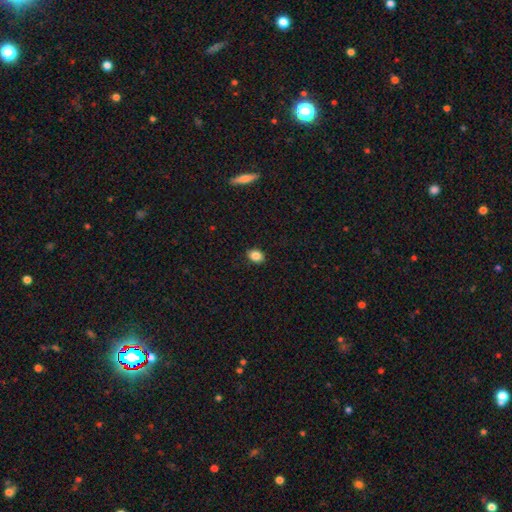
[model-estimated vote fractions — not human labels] smooth 85%, star or artifact 9%, featured or disk 5%. Down the decision tree: how rounded — in between (63%); merging — none (89%).